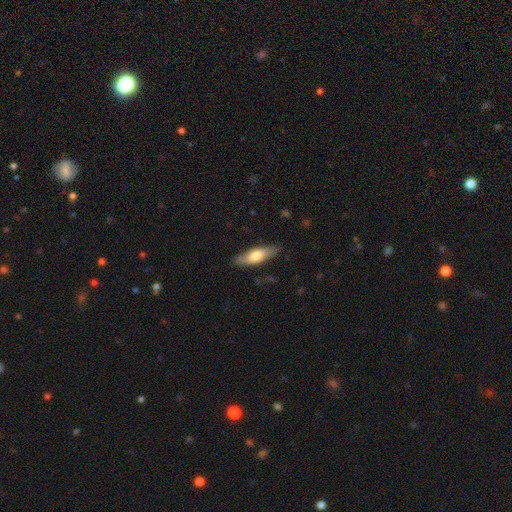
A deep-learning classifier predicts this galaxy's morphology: smooth-or-featured: smooth: 66% | featured or disk: 29% | star or artifact: 5%
  how-rounded: in between: 52% | cigar-shaped: 46% | round: 2%
  merging: none: 84% | minor disturbance: 12% | major disturbance: 2% | merger: 1%